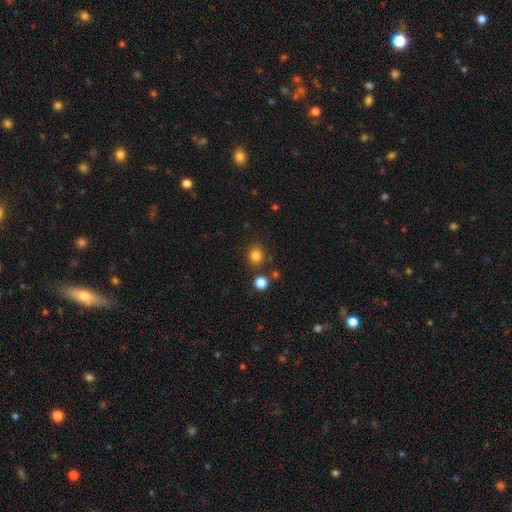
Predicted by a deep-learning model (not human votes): A smooth galaxy with no disk features (82%) that is round (87%). Merging: none (83%).